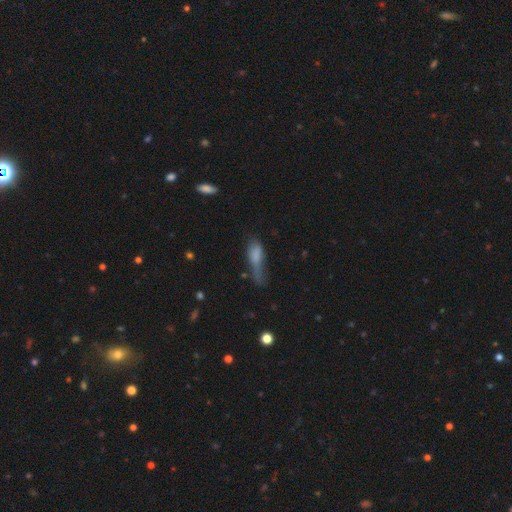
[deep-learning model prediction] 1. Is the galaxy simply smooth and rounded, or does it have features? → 70% smooth, 20% featured or disk, 10% star or artifact.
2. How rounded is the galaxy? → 53% in between, 43% cigar-shaped, 4% round.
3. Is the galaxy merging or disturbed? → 38% major disturbance, 31% minor disturbance, 23% none, 7% merger.